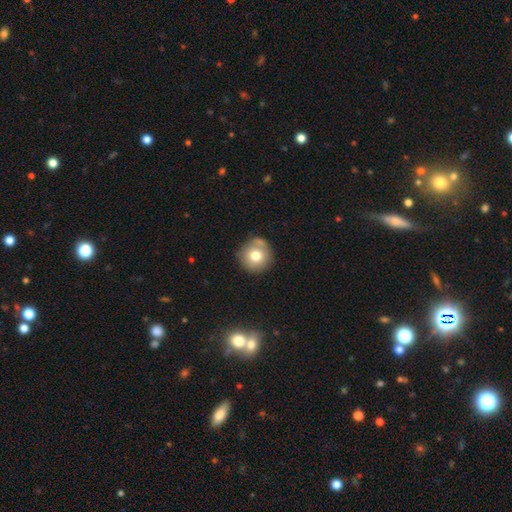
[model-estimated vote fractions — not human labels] A smooth galaxy with no disk features (73%) that is round (94%). Merging: none (73%).